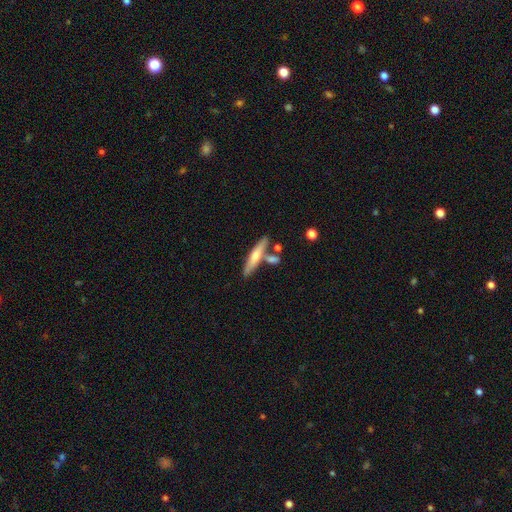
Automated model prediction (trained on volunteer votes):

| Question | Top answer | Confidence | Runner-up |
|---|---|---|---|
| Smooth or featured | smooth | 49% | featured or disk (46%) |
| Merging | none | 69% | merger (16%) |